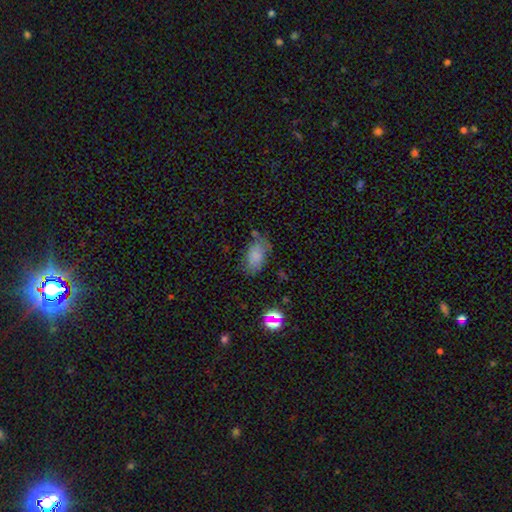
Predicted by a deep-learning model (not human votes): This appears to be a smooth galaxy with no disk features (77%) that is in between round and cigar-shaped (91%). Merging: none (64%).